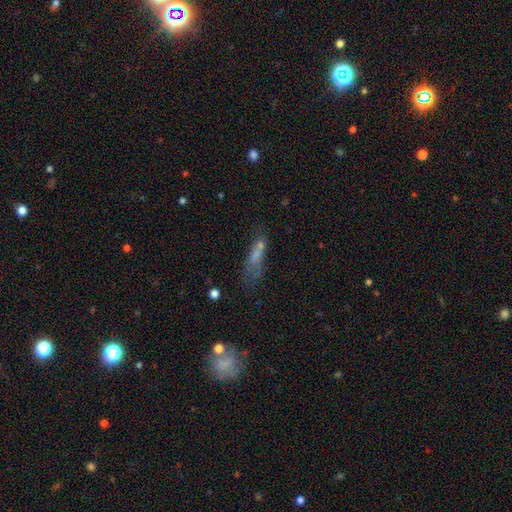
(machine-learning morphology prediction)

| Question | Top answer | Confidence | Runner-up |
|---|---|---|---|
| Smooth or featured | smooth | 55% | featured or disk (28%) |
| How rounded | cigar-shaped | 64% | in between (32%) |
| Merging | none | 38% | major disturbance (21%) |